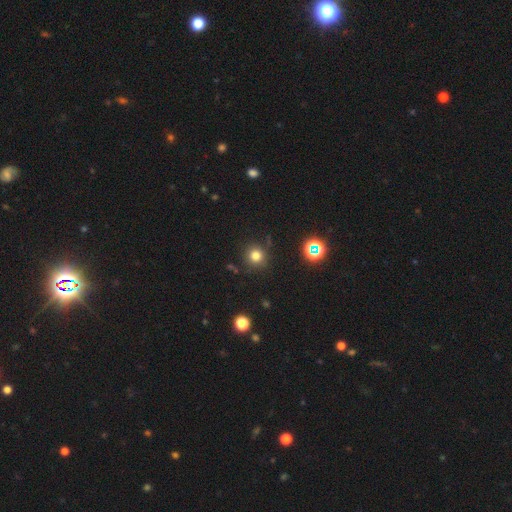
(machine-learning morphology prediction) Smooth or featured? Predicted: smooth (p=0.76). How rounded? Predicted: round (p=0.94). Merging? Predicted: none (p=0.86).